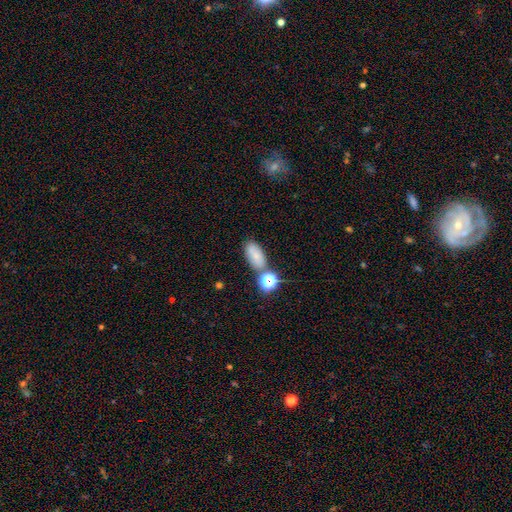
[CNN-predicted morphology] Smooth or featured? Predicted: smooth (p=0.73). How rounded? Predicted: in between (p=0.86). Merging? Predicted: none (p=0.68).